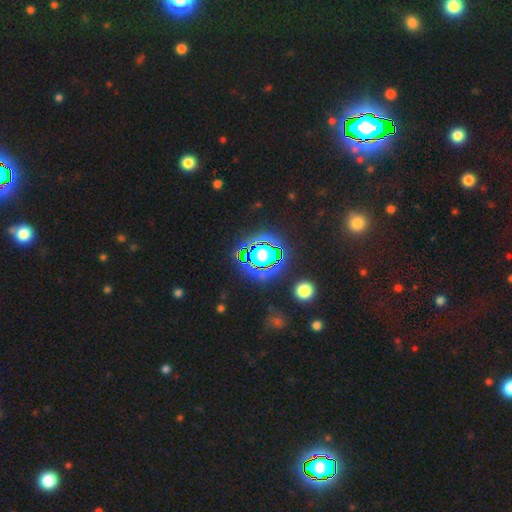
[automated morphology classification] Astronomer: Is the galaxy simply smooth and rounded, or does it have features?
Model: star or artifact — 78%.